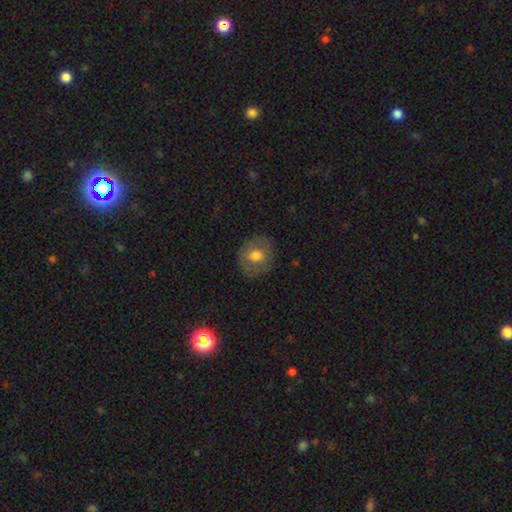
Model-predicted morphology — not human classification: Smooth or featured: smooth — 65% (featured or disk — 27%)
How rounded: round — 80% (in between — 19%)
Merging: none — 83% (minor disturbance — 12%)